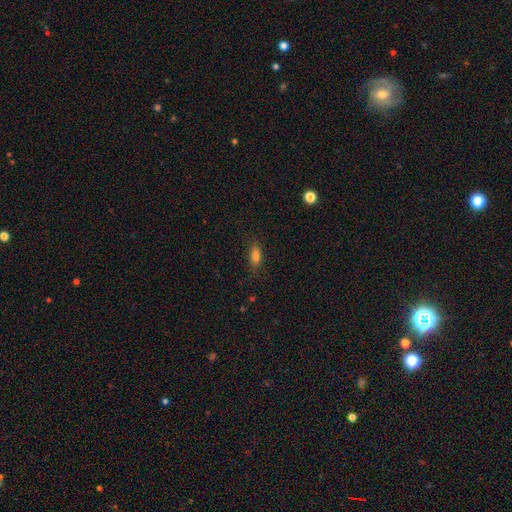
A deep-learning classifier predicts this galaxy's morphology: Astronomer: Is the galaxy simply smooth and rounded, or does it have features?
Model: smooth — 80%.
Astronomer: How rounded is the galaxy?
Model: in between — 73%.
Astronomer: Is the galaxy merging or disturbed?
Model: none — 80%.